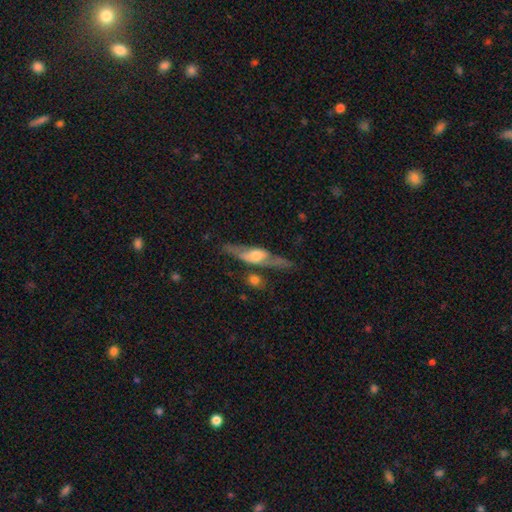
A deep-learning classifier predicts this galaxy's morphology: Smooth or featured? Predicted: featured or disk (p=0.68). Edge-on disk? Predicted: yes (p=0.68). Merging? Predicted: none (p=0.65).